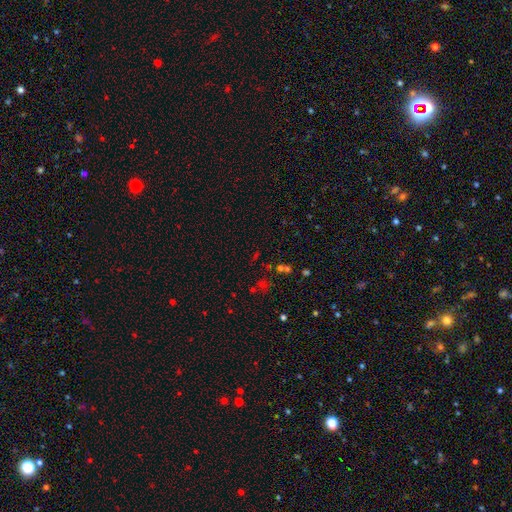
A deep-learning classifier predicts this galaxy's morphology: This appears to be a star or artifact, not a galaxy (54%).